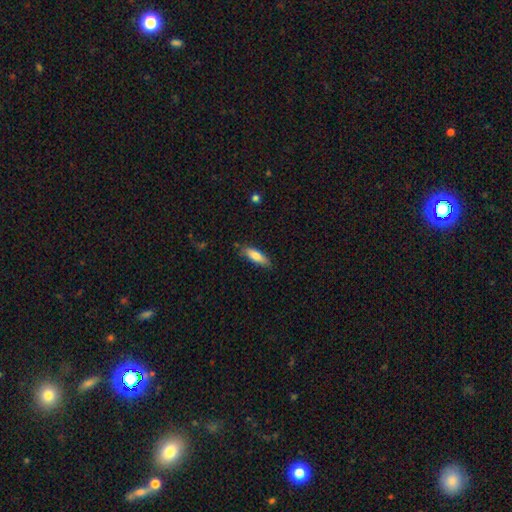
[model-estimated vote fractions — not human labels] This appears to be a smooth galaxy with no disk features (78%) that is cigar-shaped (51%). Merging: none (80%).